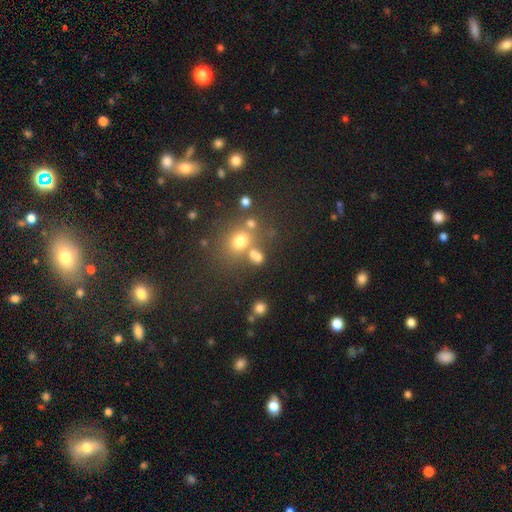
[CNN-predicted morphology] Smooth or featured? smooth (67%)
How rounded? round (62%)
Merging? none (54%)